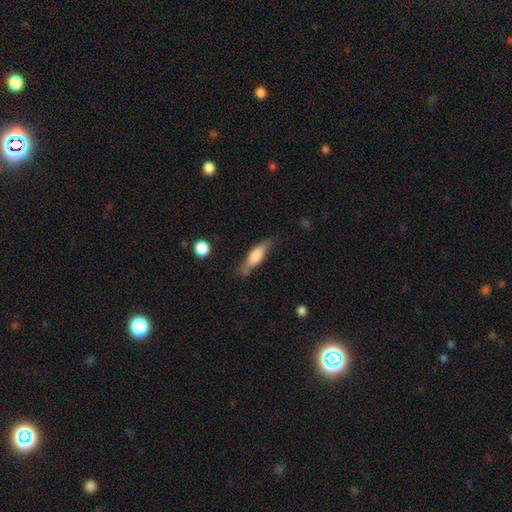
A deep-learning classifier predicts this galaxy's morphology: Smooth or featured? smooth (64%)
How rounded? cigar-shaped (55%)
Merging? none (65%)